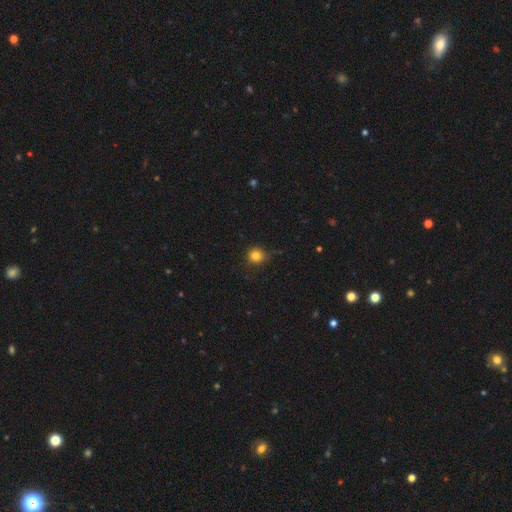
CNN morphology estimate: type=smooth (82%); roundness=round (92%); merging=none (79%).